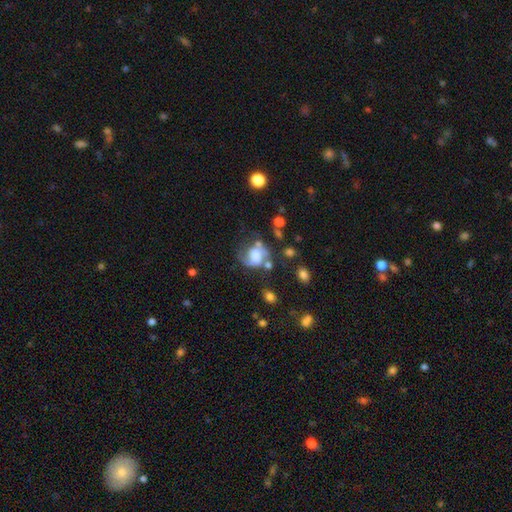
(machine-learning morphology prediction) Q: Smooth or featured?
A: featured or disk (72%); runner-up: smooth (20%)
Q: Edge-on disk?
A: no (98%); runner-up: yes (2%)
Q: Bar?
A: weak (44%); runner-up: no (41%)
Q: Spiral arms?
A: yes (90%); runner-up: no (10%)
Q: Spiral winding?
A: medium (49%); runner-up: loose (35%)
Q: Spiral arm count?
A: 2 (86%); runner-up: can't tell (6%)
Q: Bulge size?
A: moderate (46%); runner-up: large (26%)
Q: Merging?
A: none (54%); runner-up: minor disturbance (22%)